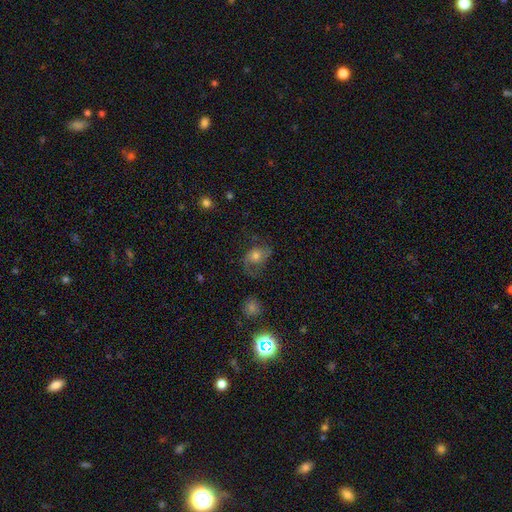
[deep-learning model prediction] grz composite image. It shows a featured or disk galaxy (61%) with no bar (72%), 2 (81%) loose (48%) spiral arms (88%) and a moderate central bulge (58%). Merging: none (55%).